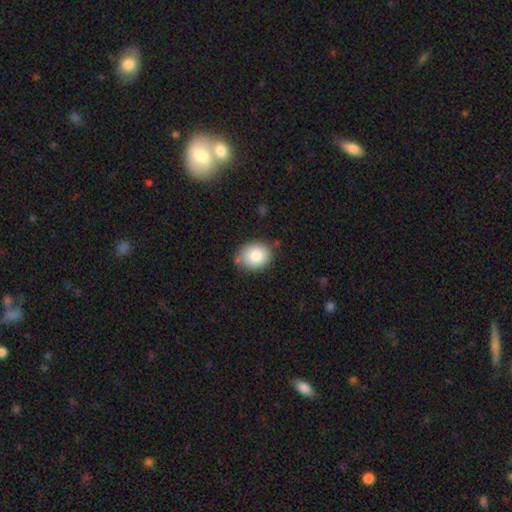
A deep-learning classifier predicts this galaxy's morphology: Smooth or featured?
  - smooth: 83% *
  - featured or disk: 9%
  - star or artifact: 8%
How rounded?
  - round: 61% *
  - in between: 38%
  - cigar-shaped: 1%
Merging?
  - none: 74% *
  - minor disturbance: 18%
  - merger: 4%
  - major disturbance: 4%